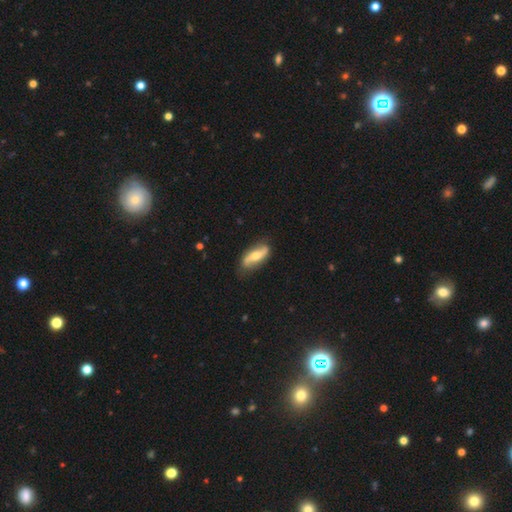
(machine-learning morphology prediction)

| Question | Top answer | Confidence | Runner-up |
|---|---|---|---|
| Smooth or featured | featured or disk | 71% | smooth (24%) |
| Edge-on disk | no | 86% | yes (14%) |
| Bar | no | 37% | strong (33%) |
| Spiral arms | yes | 89% | no (11%) |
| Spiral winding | loose | 73% | medium (18%) |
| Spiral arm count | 2 | 91% | can't tell (4%) |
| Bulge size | moderate | 62% | small (29%) |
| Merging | none | 79% | minor disturbance (15%) |